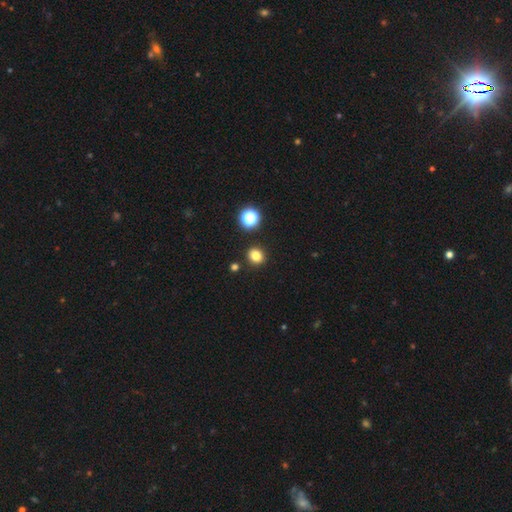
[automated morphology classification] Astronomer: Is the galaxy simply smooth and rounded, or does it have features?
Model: smooth — 79%.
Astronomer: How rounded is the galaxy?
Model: round — 73%.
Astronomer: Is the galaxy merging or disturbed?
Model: none — 88%.